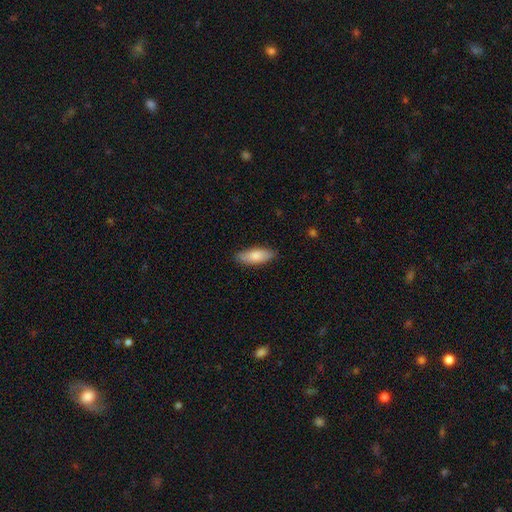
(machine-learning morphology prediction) smooth-or-featured: smooth: 81% | featured or disk: 14% | star or artifact: 5%
  how-rounded: in between: 73% | cigar-shaped: 25% | round: 2%
  merging: none: 84% | minor disturbance: 13% | major disturbance: 2% | merger: 1%